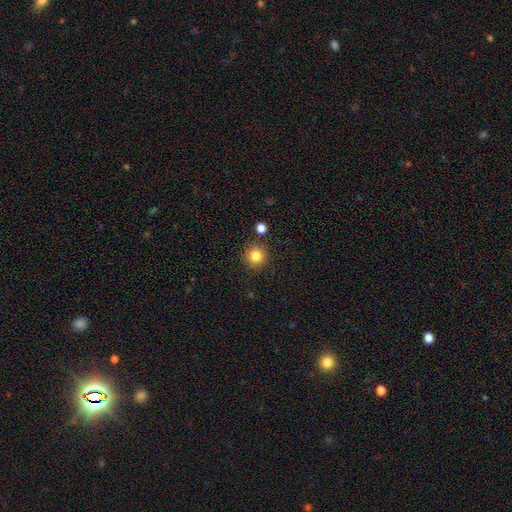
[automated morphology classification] smooth 83%, star or artifact 11%, featured or disk 6%. Down the decision tree: how rounded — round (93%); merging — none (86%).